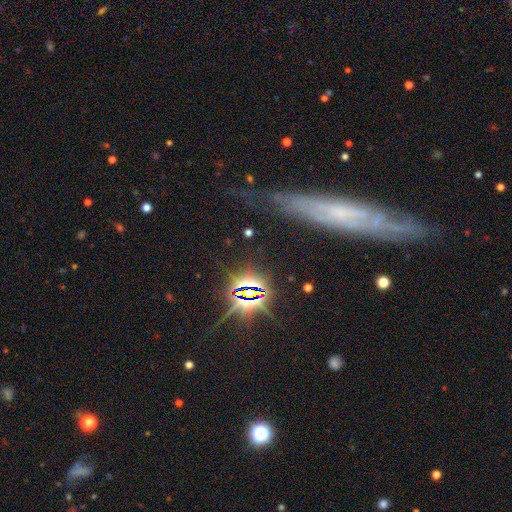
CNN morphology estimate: smooth_or_featured: featured or disk (p=0.49) [alt: star or artifact p=0.28]
merging: none (p=0.78) [alt: minor disturbance p=0.15]